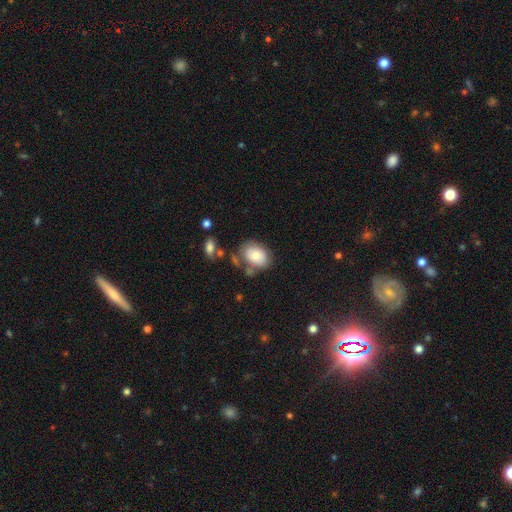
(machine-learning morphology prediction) type=smooth (77%); roundness=in between (79%); merging=none (59%).